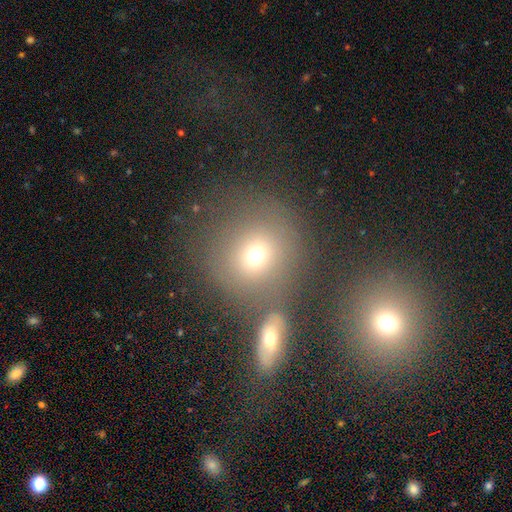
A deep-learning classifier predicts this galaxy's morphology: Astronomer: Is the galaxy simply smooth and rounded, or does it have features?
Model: smooth — 67%.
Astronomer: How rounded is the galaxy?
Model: round — 85%.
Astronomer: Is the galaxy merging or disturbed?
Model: none — 61%.